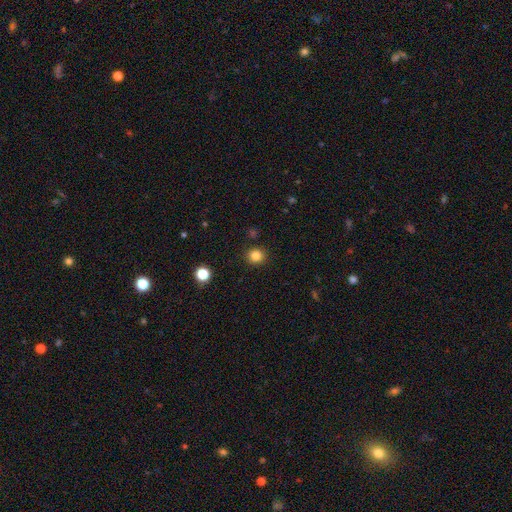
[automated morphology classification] Q: Smooth or featured?
A: smooth (83%); runner-up: star or artifact (12%)
Q: How rounded?
A: round (88%); runner-up: in between (11%)
Q: Merging?
A: none (90%); runner-up: minor disturbance (6%)